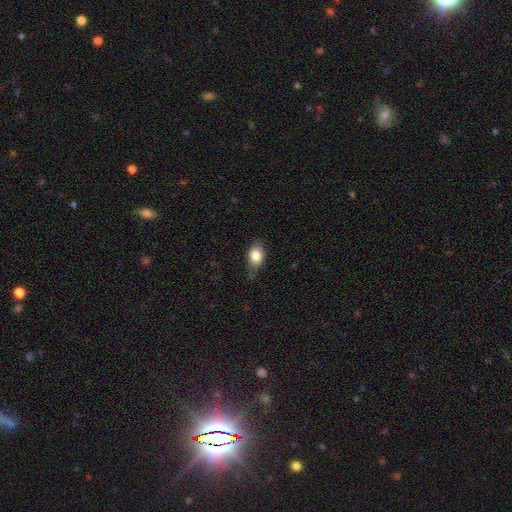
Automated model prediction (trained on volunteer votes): A smooth galaxy with no disk features (83%) that is in between round and cigar-shaped (83%).

Vote fractions:
- Smooth or featured? smooth: 83% / featured or disk: 10% / star or artifact: 8%
- How rounded? in between: 83% / round: 15% / cigar-shaped: 3%
- Merging? none: 72% / minor disturbance: 22% / major disturbance: 4% / merger: 2%